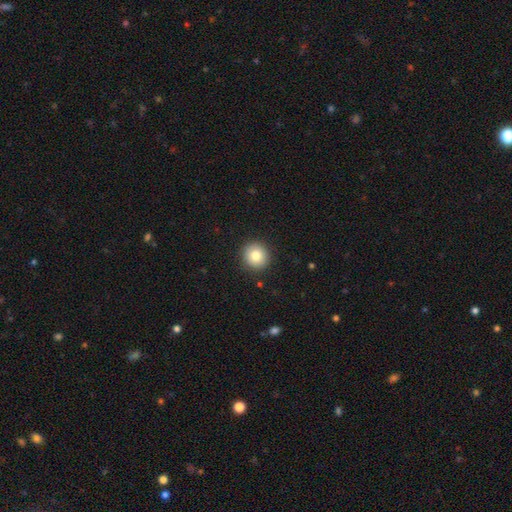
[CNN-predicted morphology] Smooth or featured? smooth (81%)
How rounded? round (92%)
Merging? none (91%)